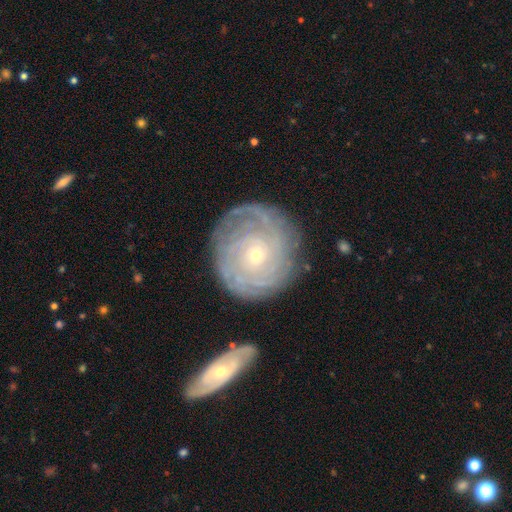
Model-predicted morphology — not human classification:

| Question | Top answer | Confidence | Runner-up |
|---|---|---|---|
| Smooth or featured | featured or disk | 82% | smooth (11%) |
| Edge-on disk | no | 97% | yes (3%) |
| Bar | no | 79% | weak (17%) |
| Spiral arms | yes | 94% | no (6%) |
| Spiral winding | tight | 83% | medium (14%) |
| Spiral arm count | can't tell | 37% | 4 (18%) |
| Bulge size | small | 80% | moderate (16%) |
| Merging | none | 79% | minor disturbance (13%) |